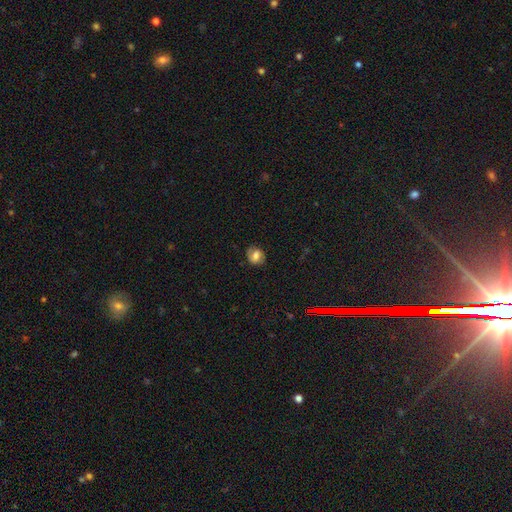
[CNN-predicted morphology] The model was most divided on "smooth or featured": smooth: 54%, featured or disk: 35%, star or artifact: 11%. More confident: merging — none (76%); how rounded — round (61%).